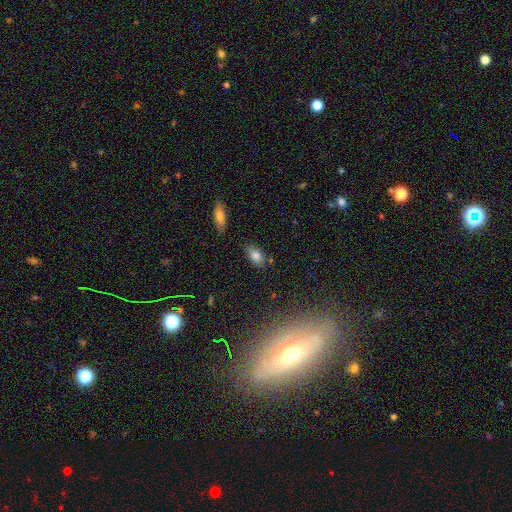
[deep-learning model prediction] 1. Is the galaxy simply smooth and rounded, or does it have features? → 83% smooth, 9% featured or disk, 9% star or artifact.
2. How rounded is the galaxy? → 89% in between, 7% round, 4% cigar-shaped.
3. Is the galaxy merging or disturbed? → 79% none, 14% minor disturbance, 4% merger, 3% major disturbance.